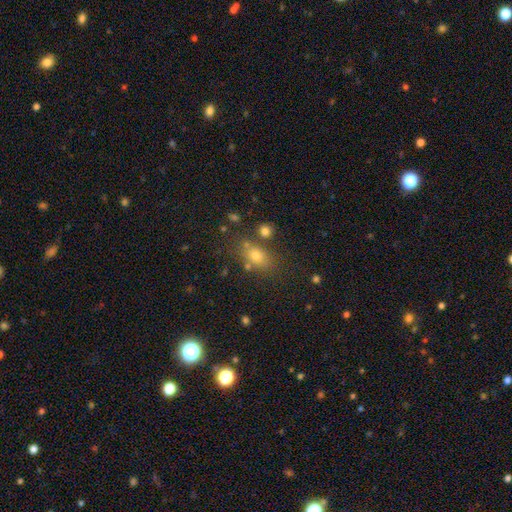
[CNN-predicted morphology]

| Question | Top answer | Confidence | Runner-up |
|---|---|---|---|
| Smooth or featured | smooth | 70% | star or artifact (19%) |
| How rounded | in between | 65% | round (31%) |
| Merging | none | 70% | minor disturbance (14%) |